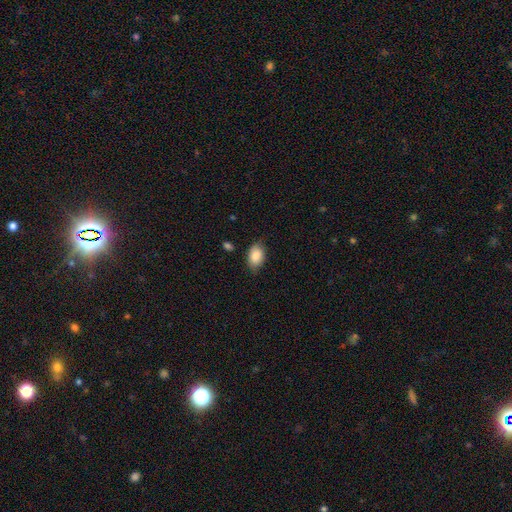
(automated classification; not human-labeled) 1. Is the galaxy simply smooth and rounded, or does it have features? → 87% smooth, 7% star or artifact, 6% featured or disk.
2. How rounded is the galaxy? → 87% in between, 12% round, 1% cigar-shaped.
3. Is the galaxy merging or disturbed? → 72% none, 22% minor disturbance, 4% major disturbance, 2% merger.